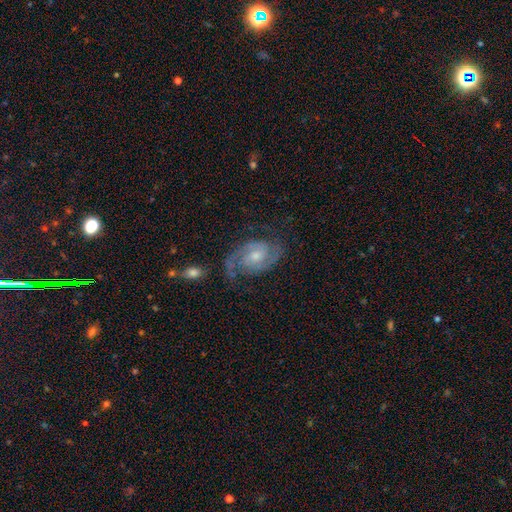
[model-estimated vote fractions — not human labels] Smooth or featured? featured or disk (87%)
Edge-on disk? no (97%)
Bar? no (55%)
Spiral arms? yes (97%)
Spiral winding? medium (49%)
Spiral arm count? 2 (88%)
Bulge size? moderate (50%)
Merging? none (70%)